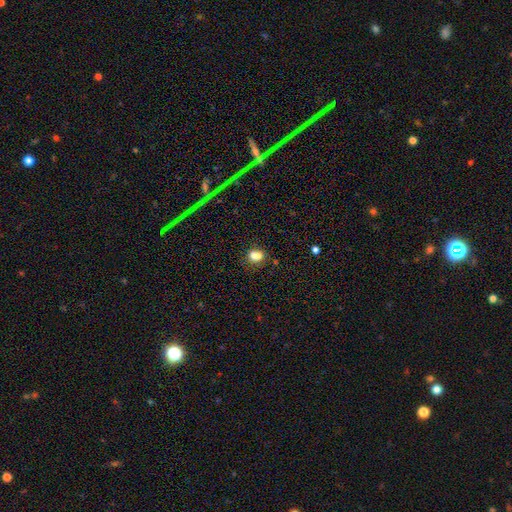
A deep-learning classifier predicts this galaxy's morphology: smooth_or_featured: smooth (p=0.73) [alt: star or artifact p=0.17]
how_rounded: round (p=0.57) [alt: in between p=0.42]
merging: none (p=0.57) [alt: merger p=0.25]